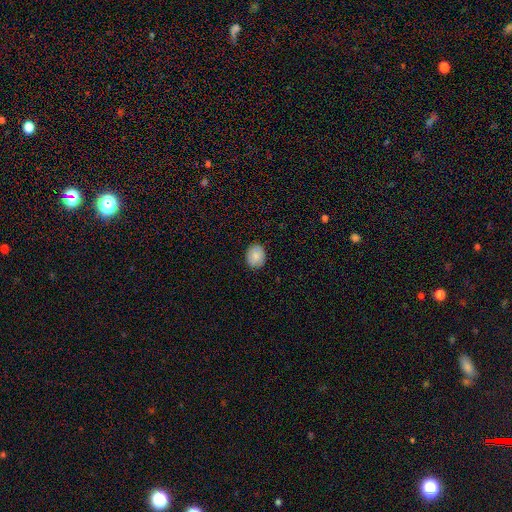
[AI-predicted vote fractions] A smooth galaxy with no disk features (80%) that is round (54%). Merging: none (87%).